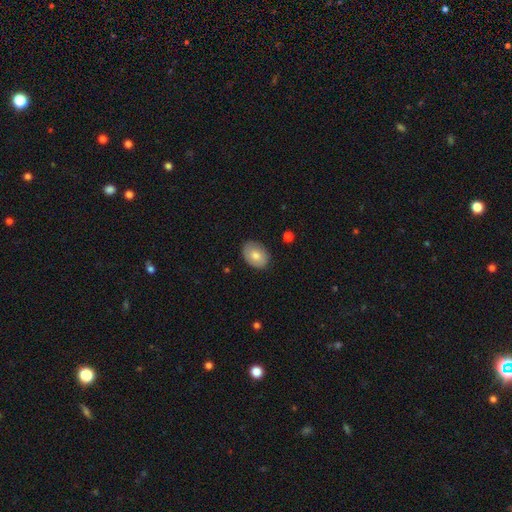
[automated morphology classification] Smooth or featured? Predicted: smooth (p=0.73). How rounded? Predicted: in between (p=0.76). Merging? Predicted: none (p=0.83).